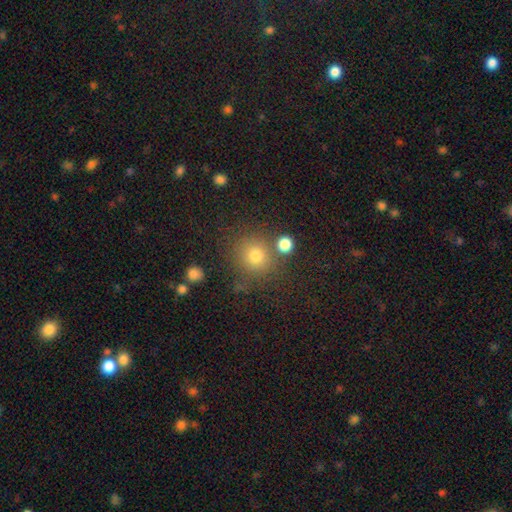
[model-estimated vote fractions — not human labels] Q: Smooth or featured?
A: smooth (76%); runner-up: star or artifact (16%)
Q: How rounded?
A: round (90%); runner-up: in between (9%)
Q: Merging?
A: none (76%); runner-up: minor disturbance (10%)